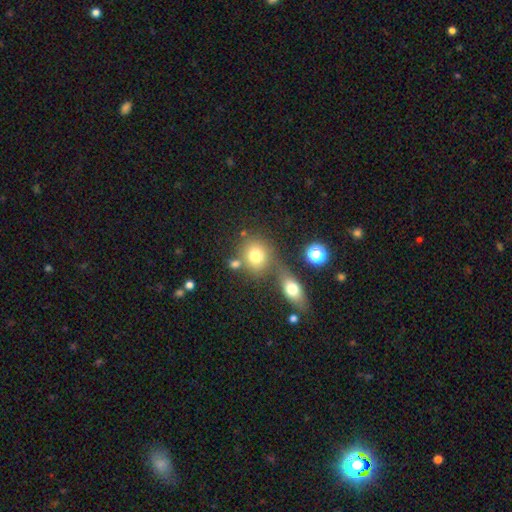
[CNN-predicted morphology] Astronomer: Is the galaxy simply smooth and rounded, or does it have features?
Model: smooth — 75%.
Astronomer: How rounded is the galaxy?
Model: round — 77%.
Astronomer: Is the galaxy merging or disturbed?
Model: none — 55%.